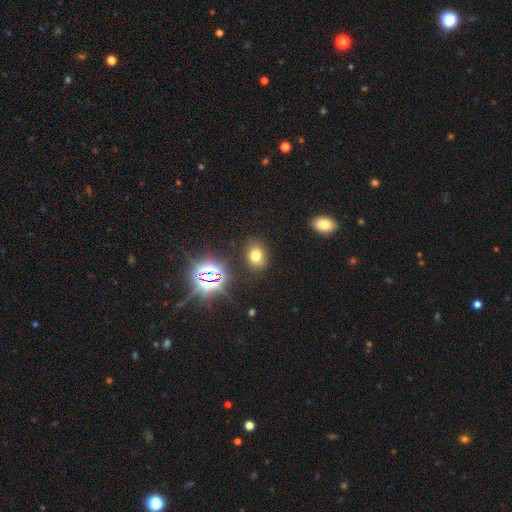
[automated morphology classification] The model was most divided on "how rounded": in between: 56%, round: 42%, cigar-shaped: 1%. More confident: merging — none (85%); smooth or featured — smooth (66%).